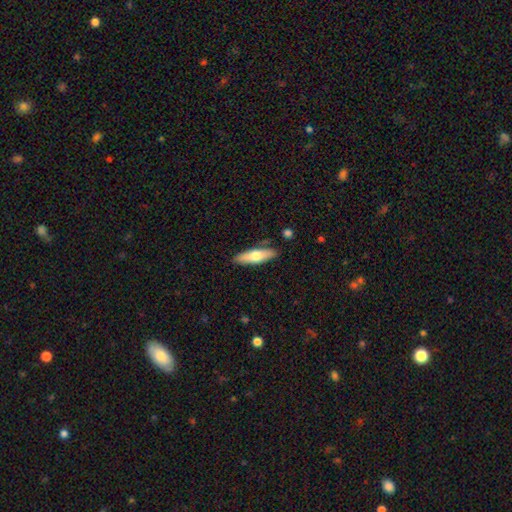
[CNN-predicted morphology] The model was most divided on "how rounded": cigar-shaped: 56%, in between: 41%, round: 2%. More confident: merging — none (84%); smooth or featured — smooth (61%).